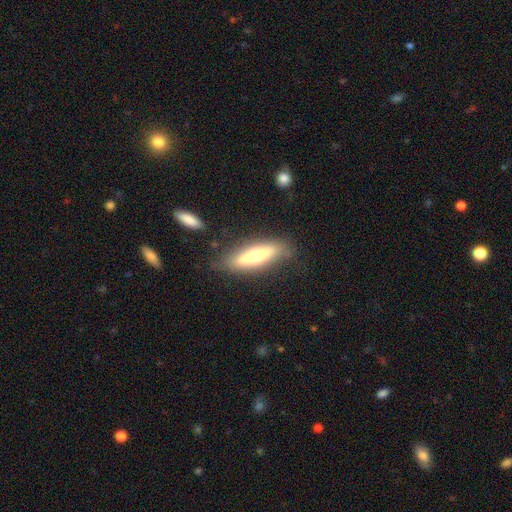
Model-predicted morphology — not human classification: A featured or disk galaxy (55%) viewed edge-on (84%). Merging: none (82%).